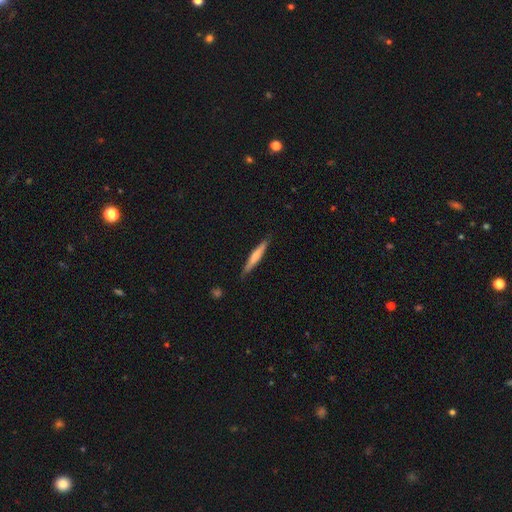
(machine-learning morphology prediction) Smooth or featured? smooth (58%)
How rounded? cigar-shaped (94%)
Merging? none (86%)